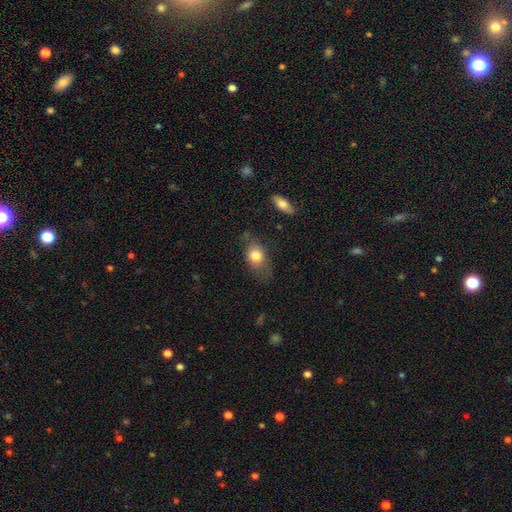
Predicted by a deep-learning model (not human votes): Smooth or featured?
  - smooth: 77% *
  - featured or disk: 15%
  - star or artifact: 8%
How rounded?
  - in between: 71% *
  - round: 25%
  - cigar-shaped: 3%
Merging?
  - none: 57% *
  - minor disturbance: 28%
  - major disturbance: 12%
  - merger: 3%